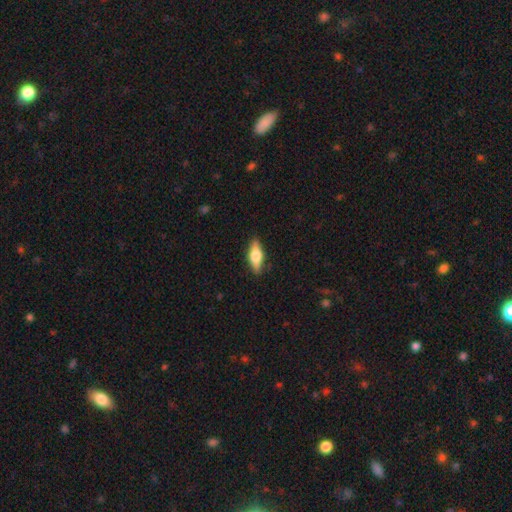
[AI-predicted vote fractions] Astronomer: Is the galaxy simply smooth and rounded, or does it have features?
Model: smooth — 53% (runner-up: featured or disk, 41%).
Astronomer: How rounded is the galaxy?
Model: in between — 62%.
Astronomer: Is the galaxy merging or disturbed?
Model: none — 87%.